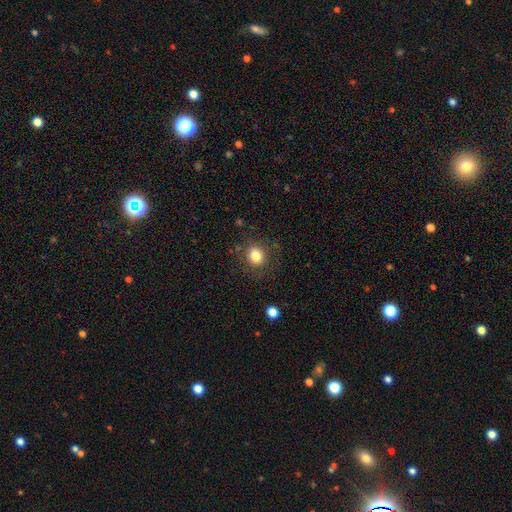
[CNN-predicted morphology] smooth_or_featured: smooth (p=0.81) [alt: star or artifact p=0.11]
how_rounded: round (p=0.74) [alt: in between p=0.26]
merging: none (p=0.83) [alt: minor disturbance p=0.11]